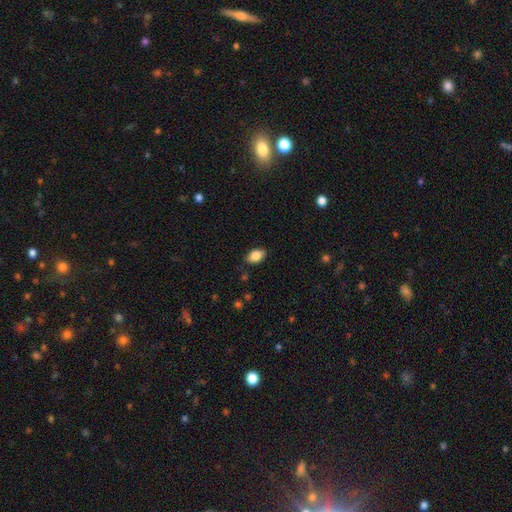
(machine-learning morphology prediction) This appears to be a smooth galaxy with no disk features (86%) that is in between round and cigar-shaped (89%). Merging: none (85%).